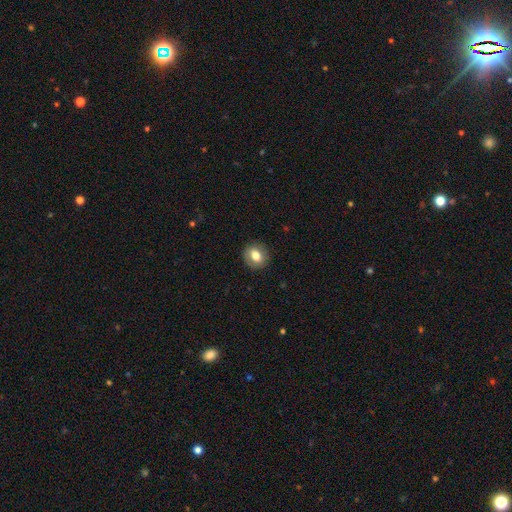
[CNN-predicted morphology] Smooth or featured? smooth (74%)
How rounded? round (71%)
Merging? none (88%)